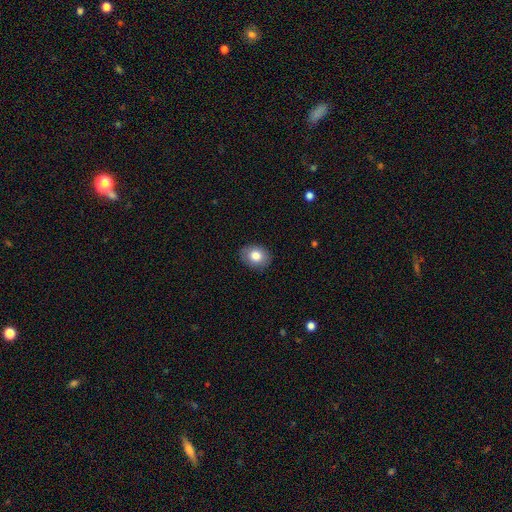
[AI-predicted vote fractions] Overall: smooth (81%). How rounded: in between (55%; round 44%). Merging: none (88%).